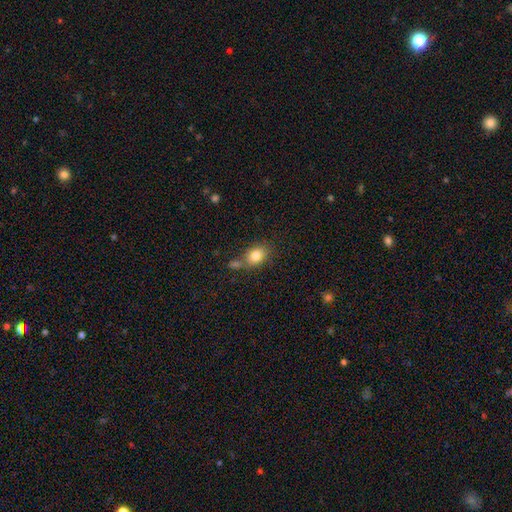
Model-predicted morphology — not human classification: smooth_or_featured: smooth (p=0.82) [alt: star or artifact p=0.09]
how_rounded: in between (p=0.64) [alt: round p=0.34]
merging: none (p=0.61) [alt: merger p=0.19]